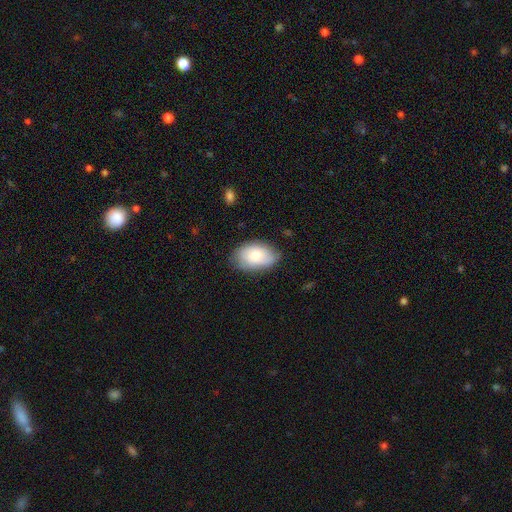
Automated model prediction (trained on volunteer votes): Smooth or featured?
  - smooth: 77% *
  - featured or disk: 17%
  - star or artifact: 6%
How rounded?
  - in between: 92% *
  - round: 7%
  - cigar-shaped: 1%
Merging?
  - none: 76% *
  - minor disturbance: 19%
  - major disturbance: 4%
  - merger: 1%